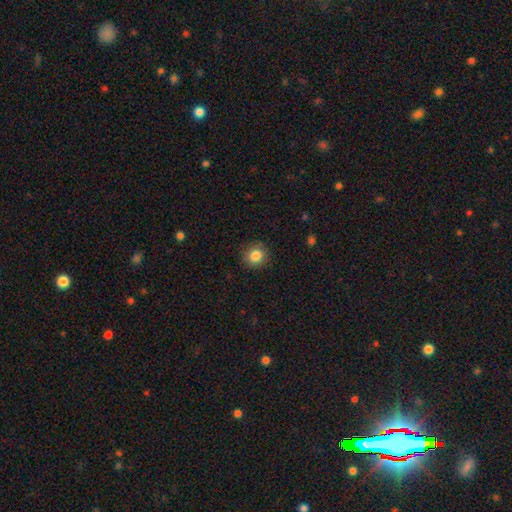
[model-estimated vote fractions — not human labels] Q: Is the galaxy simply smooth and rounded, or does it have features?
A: smooth — 84%.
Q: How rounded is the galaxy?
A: round — 87%.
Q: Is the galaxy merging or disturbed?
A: none — 89%.